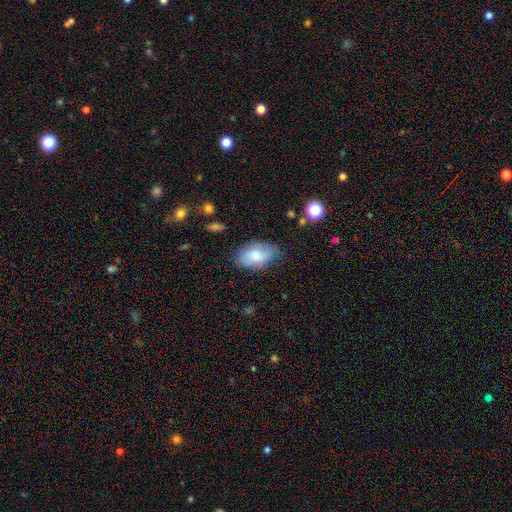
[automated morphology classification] smooth-or-featured: smooth: 73% | featured or disk: 20% | star or artifact: 7%
  how-rounded: in between: 94% | round: 5% | cigar-shaped: 2%
  merging: none: 73% | minor disturbance: 21% | major disturbance: 5% | merger: 2%